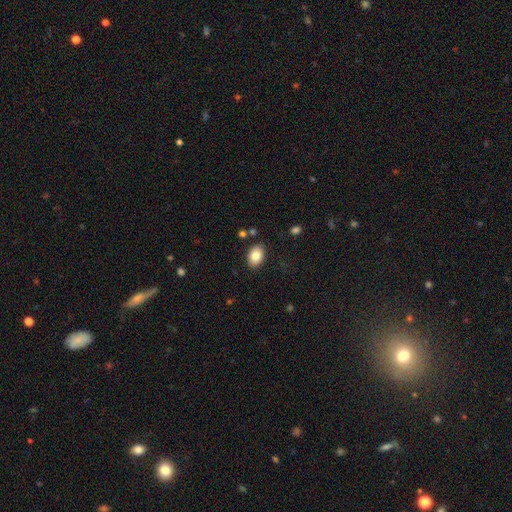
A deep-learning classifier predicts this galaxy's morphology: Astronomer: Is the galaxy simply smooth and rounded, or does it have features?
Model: smooth — 83%.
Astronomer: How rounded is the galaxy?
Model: in between — 82%.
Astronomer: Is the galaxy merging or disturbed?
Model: none — 86%.